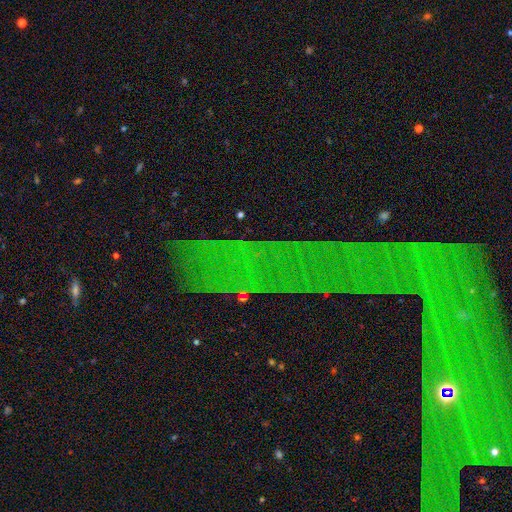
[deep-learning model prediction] This appears to be a star or artifact, not a galaxy (65%).